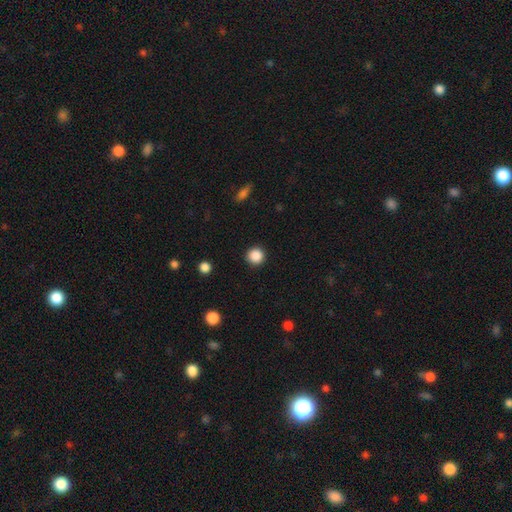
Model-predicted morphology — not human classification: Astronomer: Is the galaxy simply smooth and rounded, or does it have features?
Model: smooth — 87%.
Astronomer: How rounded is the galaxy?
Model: round — 95%.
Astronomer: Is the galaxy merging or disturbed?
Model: none — 92%.